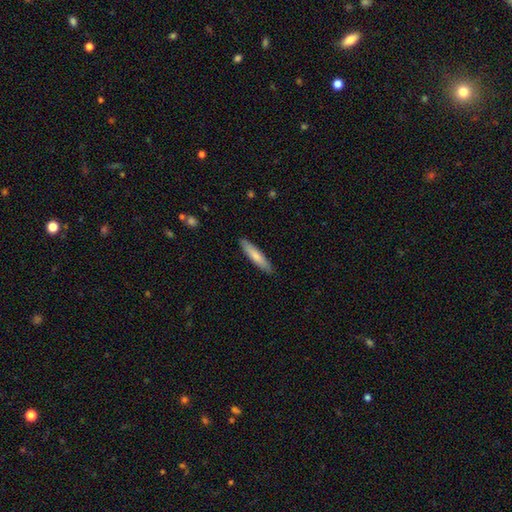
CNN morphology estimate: Smooth or featured: smooth — 74% (featured or disk — 21%)
How rounded: cigar-shaped — 85% (in between — 14%)
Merging: none — 89% (minor disturbance — 9%)